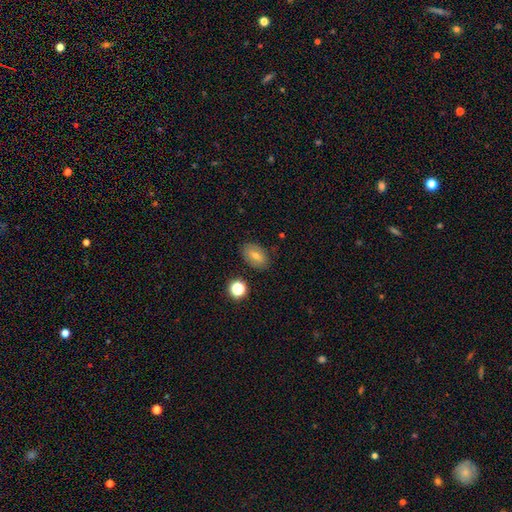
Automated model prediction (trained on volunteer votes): Smooth or featured? Predicted: smooth (p=0.63). How rounded? Predicted: in between (p=0.82). Merging? Predicted: none (p=0.84).